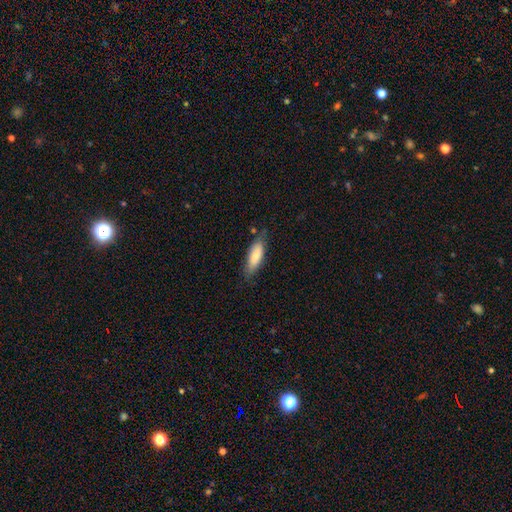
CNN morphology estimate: This is likely a smooth galaxy (79%). How rounded: likely in between (61%). Merging: likely none (70%).